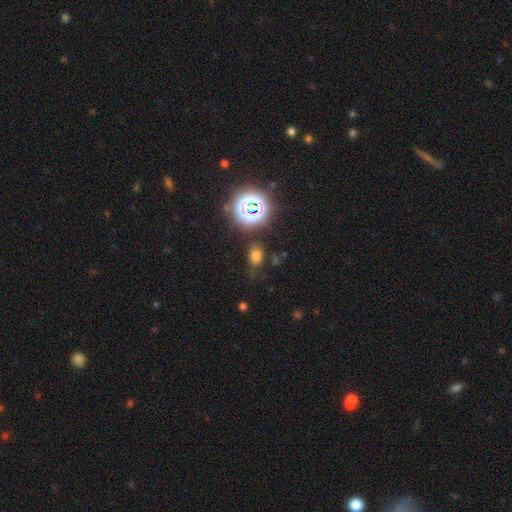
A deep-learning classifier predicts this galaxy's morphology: This is likely a smooth galaxy (67%). How rounded: likely in between (67%). Merging: likely none (72%).